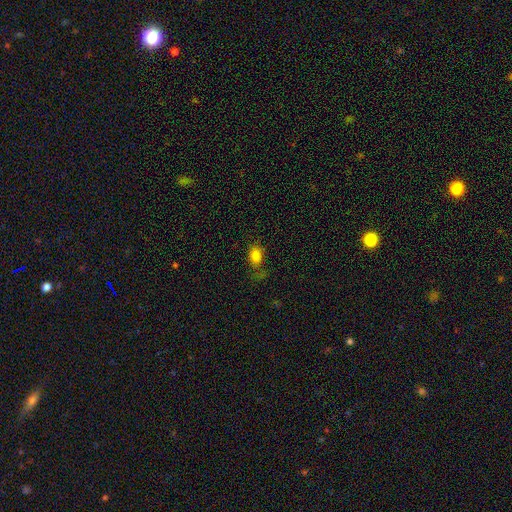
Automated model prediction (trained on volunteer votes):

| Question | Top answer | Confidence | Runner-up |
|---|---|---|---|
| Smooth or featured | smooth | 82% | star or artifact (11%) |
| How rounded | in between | 82% | round (16%) |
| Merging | none | 64% | minor disturbance (20%) |